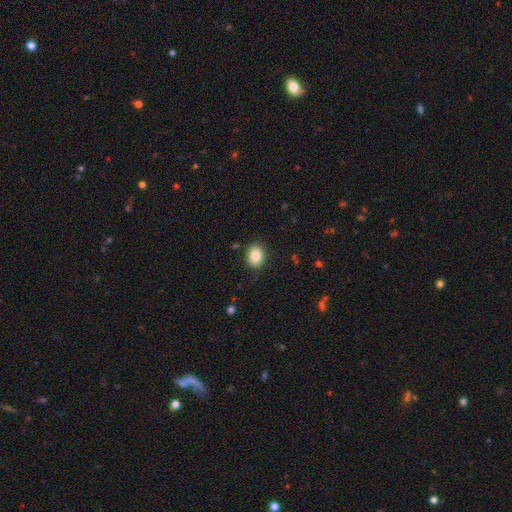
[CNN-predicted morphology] Overall: smooth (84%). How rounded: in between (54%; round 45%). Merging: none (88%).